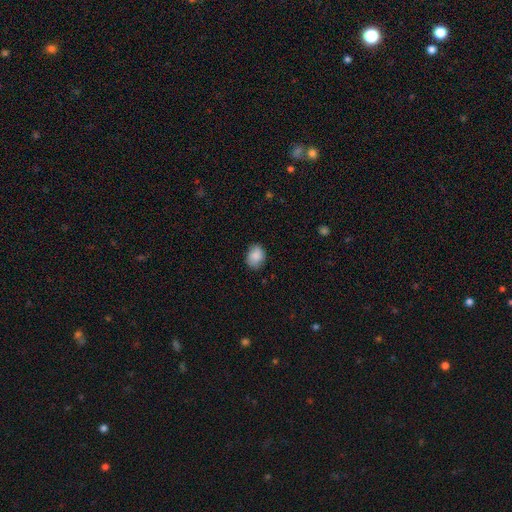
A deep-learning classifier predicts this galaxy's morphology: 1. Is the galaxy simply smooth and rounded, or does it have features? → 88% smooth, 7% star or artifact, 5% featured or disk.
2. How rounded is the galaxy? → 65% in between, 34% round, 1% cigar-shaped.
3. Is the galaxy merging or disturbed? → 79% none, 17% minor disturbance, 3% major disturbance, 1% merger.